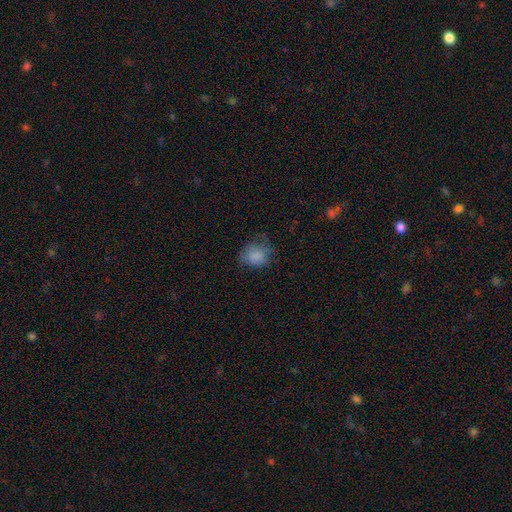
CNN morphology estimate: type=smooth (79%); roundness=round (67%); merging=none (61%).